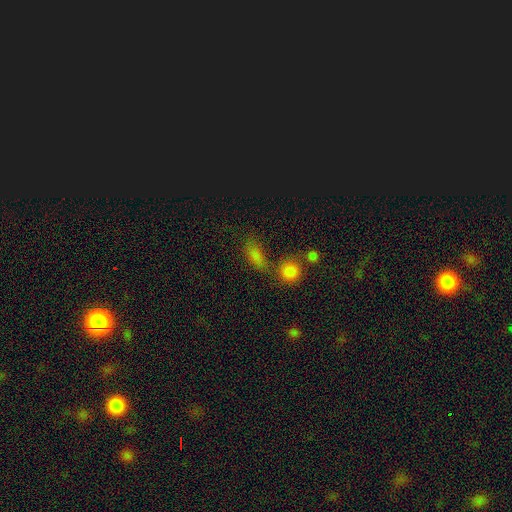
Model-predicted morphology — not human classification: smooth_or_featured: smooth (p=0.74) [alt: star or artifact p=0.17]
how_rounded: in between (p=0.71) [alt: cigar-shaped p=0.14]
merging: none (p=0.52) [alt: merger p=0.25]